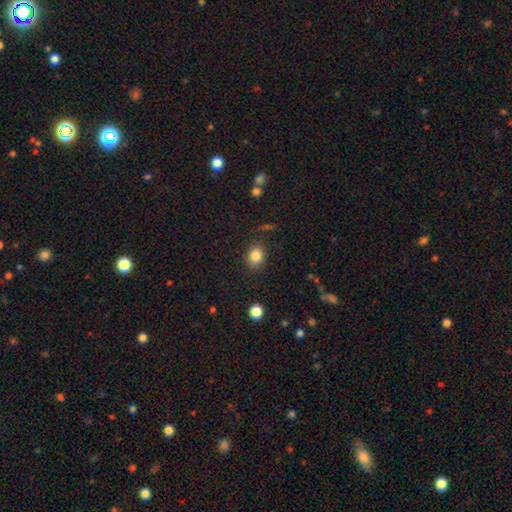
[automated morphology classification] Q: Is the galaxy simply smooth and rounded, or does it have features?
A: smooth — 83%.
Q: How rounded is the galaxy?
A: round — 51%.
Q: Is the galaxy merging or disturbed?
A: none — 82%.